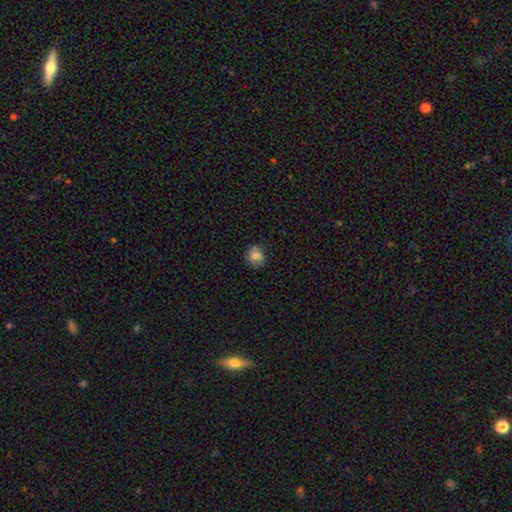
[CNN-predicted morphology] This appears to be a smooth galaxy with no disk features (70%) that is round (74%). Merging: none (71%).